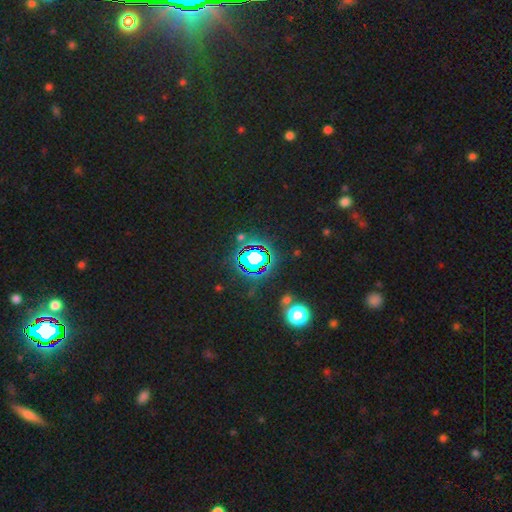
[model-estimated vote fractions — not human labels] The model was most divided on "smooth or featured": star or artifact: 75%, smooth: 16%, featured or disk: 10%.